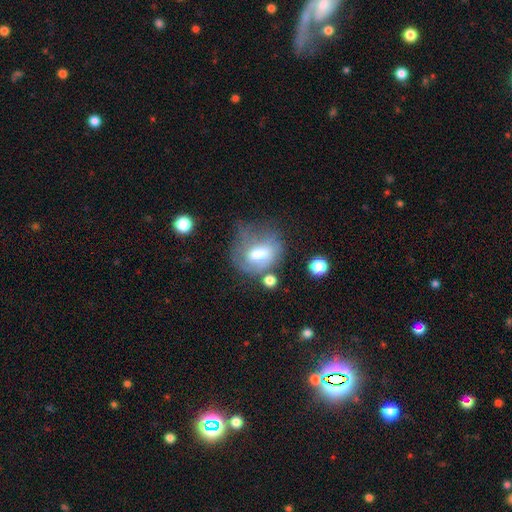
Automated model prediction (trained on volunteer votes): Morphology: type=smooth (47%); merging=none (34%).